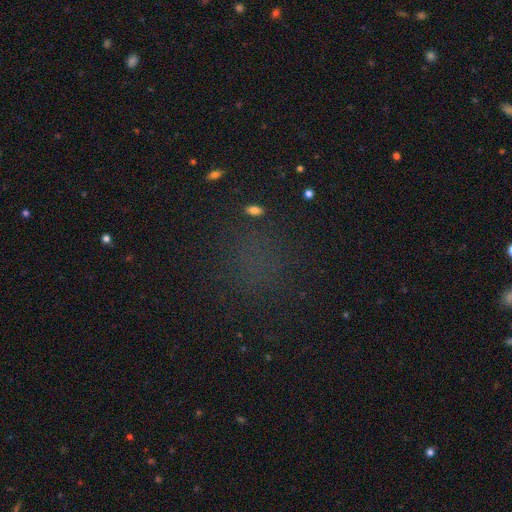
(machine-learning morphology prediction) Smooth or featured?
  - star or artifact: 52% *
  - smooth: 39%
  - featured or disk: 9%